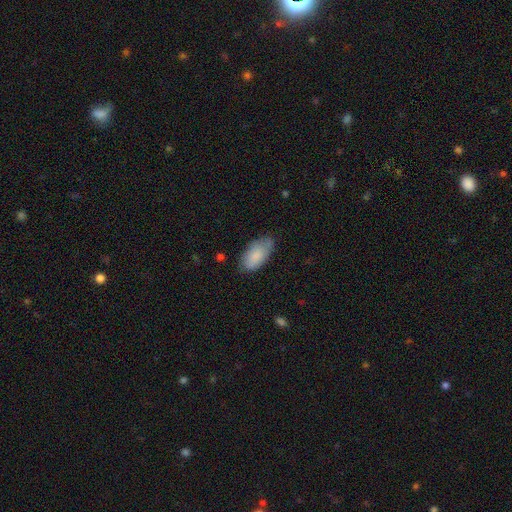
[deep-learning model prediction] This is clearly a smooth galaxy (83%). How rounded: clearly in between (94%). Merging: likely none (63%).